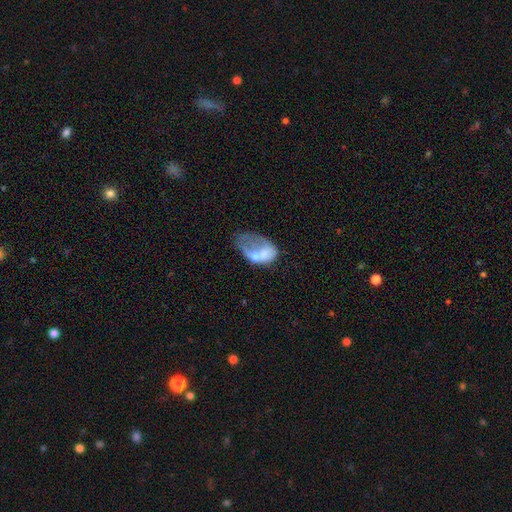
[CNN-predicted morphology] The model was most divided on "smooth or featured": featured or disk: 41%, smooth: 39%, star or artifact: 20%. Remaining: merging — major disturbance (38%).